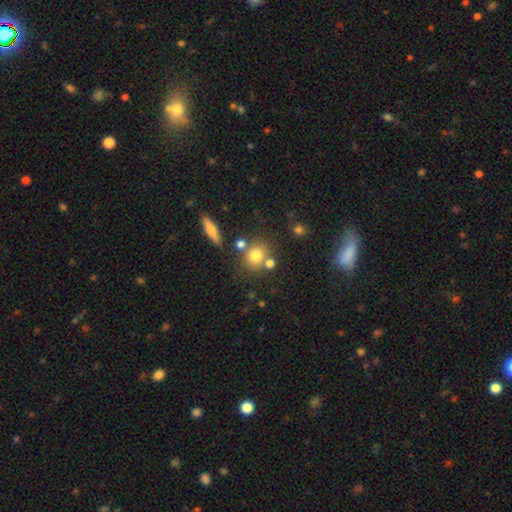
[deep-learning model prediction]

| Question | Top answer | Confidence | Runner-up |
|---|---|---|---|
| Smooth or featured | smooth | 74% | star or artifact (13%) |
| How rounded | round | 76% | in between (21%) |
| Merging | none | 67% | merger (18%) |